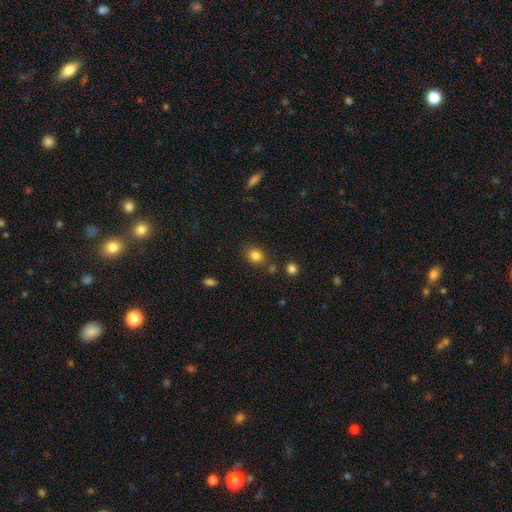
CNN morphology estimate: Smooth or featured? Predicted: smooth (p=0.83). How rounded? Predicted: round (p=0.62). Merging? Predicted: none (p=0.80).